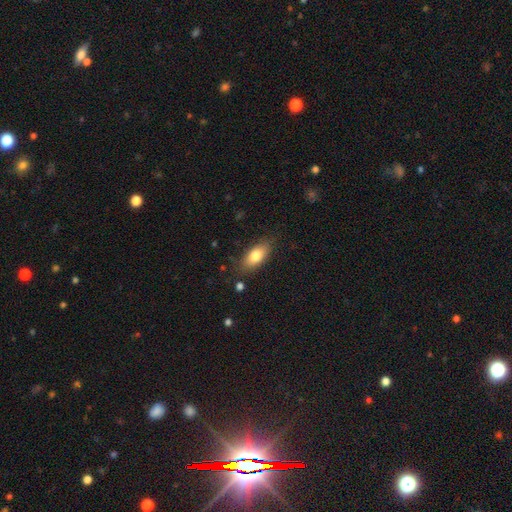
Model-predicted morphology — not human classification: Overall: smooth (78%). How rounded: in between (86%). Merging: none (81%).